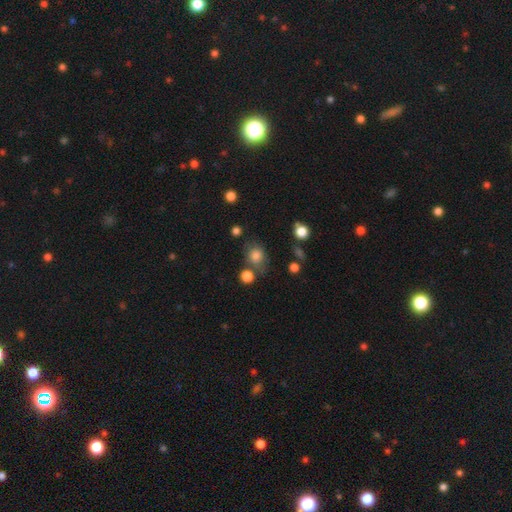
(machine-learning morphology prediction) The model was most divided on "how rounded": round: 66%, in between: 33%, cigar-shaped: 1%. More confident: smooth or featured — smooth (79%); merging — none (63%).